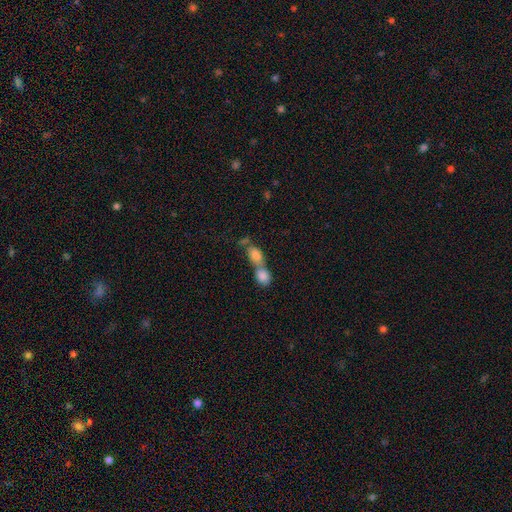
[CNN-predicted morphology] smooth 77%, featured or disk 13%, star or artifact 10%. Down the decision tree: how rounded — in between (63%); merging — merger (73%).